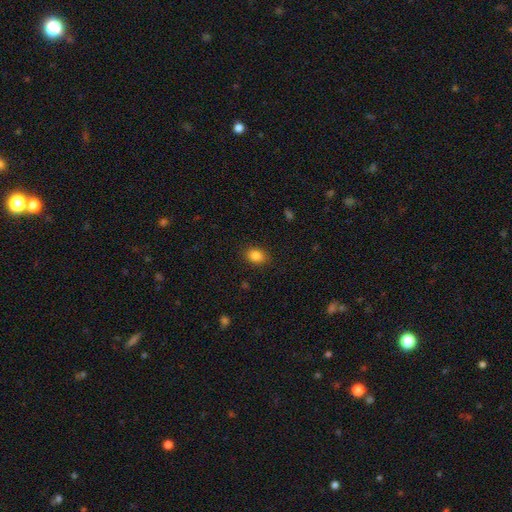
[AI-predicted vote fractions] smooth-or-featured: smooth: 86% | star or artifact: 10% | featured or disk: 5%
  how-rounded: in between: 63% | round: 36% | cigar-shaped: 1%
  merging: none: 87% | minor disturbance: 9% | major disturbance: 3% | merger: 1%